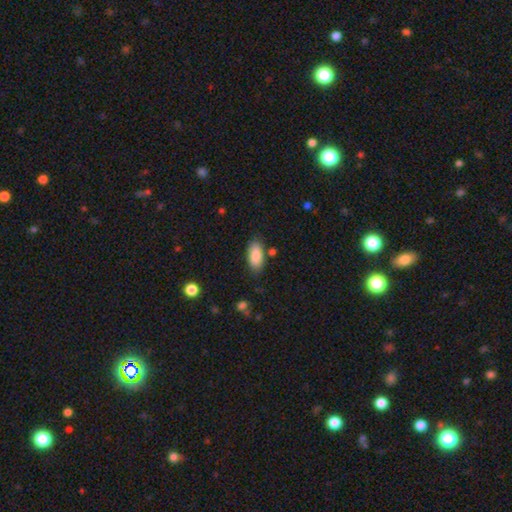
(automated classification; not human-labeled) smooth-or-featured: smooth: 88% | star or artifact: 6% | featured or disk: 6%
  how-rounded: in between: 90% | cigar-shaped: 8% | round: 2%
  merging: none: 81% | minor disturbance: 13% | merger: 4% | major disturbance: 3%